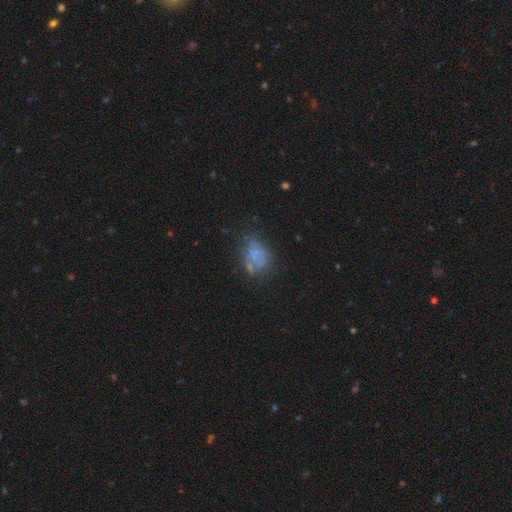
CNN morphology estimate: A featured or disk galaxy (43%). Merging: none (45%).